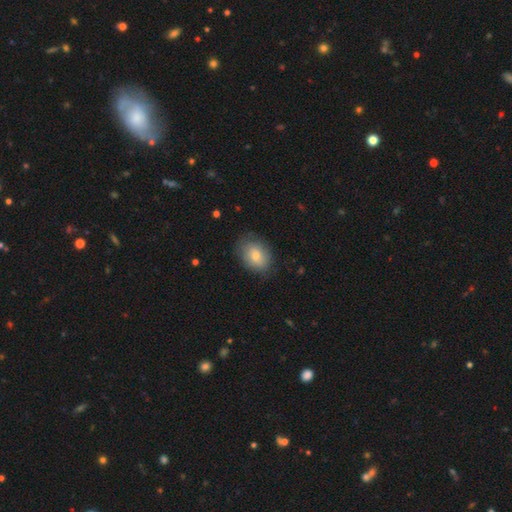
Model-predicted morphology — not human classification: This is likely a smooth galaxy (77%). How rounded: likely in between (71%). Merging: likely none (77%).